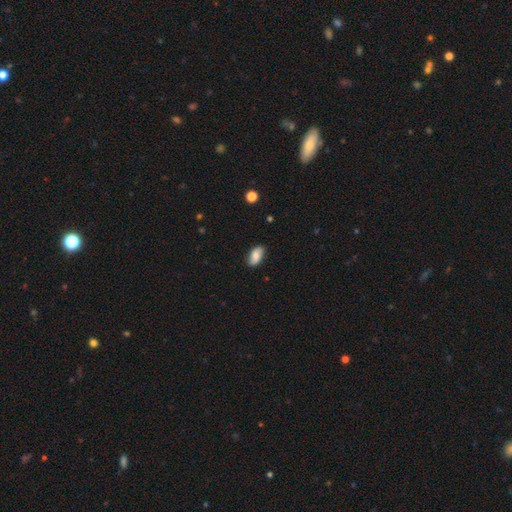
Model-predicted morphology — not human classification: This appears to be a smooth galaxy with no disk features (74%) that is in between round and cigar-shaped (92%). Merging: none (83%).